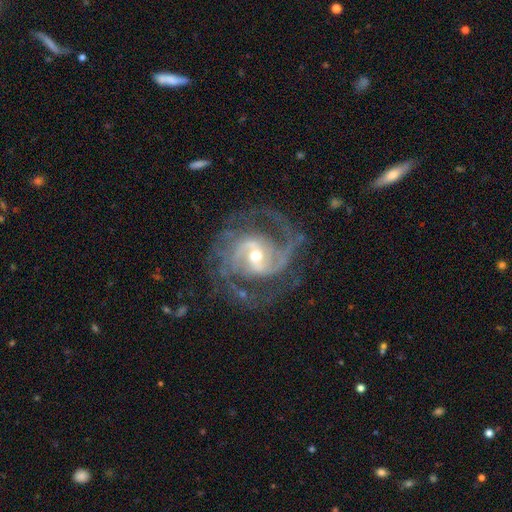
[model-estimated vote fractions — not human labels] Morphology: type=featured or disk (92%); edge-on=no (98%); bar=weak (48%); spiral arms=yes (98%); winding=medium (54%); arm count=2 (64%); bulge=moderate (58%); merging=none (70%).